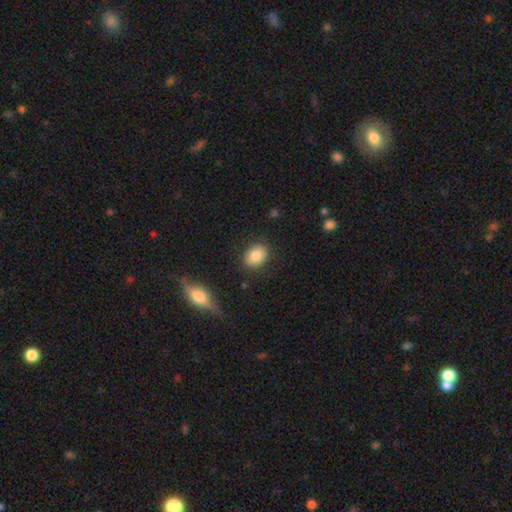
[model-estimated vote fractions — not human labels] smooth 84%, featured or disk 8%, star or artifact 8%. Down the decision tree: how rounded — in between (62%); merging — none (86%).